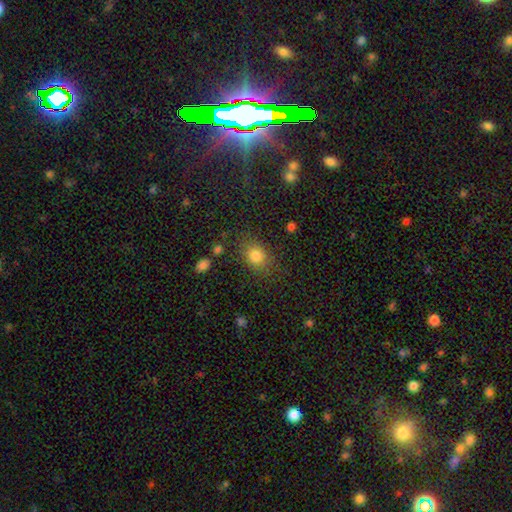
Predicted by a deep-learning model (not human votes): A smooth galaxy with no disk features (81%) that is in between round and cigar-shaped (57%).

Vote fractions:
- Smooth or featured? smooth: 81% / star or artifact: 12% / featured or disk: 7%
- How rounded? in between: 57% / round: 42% / cigar-shaped: 2%
- Merging? none: 76% / minor disturbance: 15% / major disturbance: 6% / merger: 3%